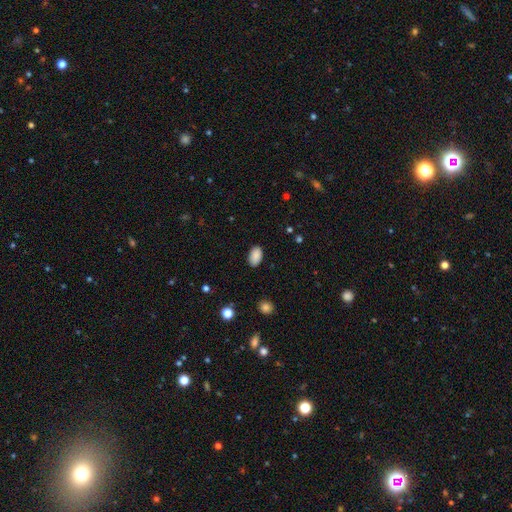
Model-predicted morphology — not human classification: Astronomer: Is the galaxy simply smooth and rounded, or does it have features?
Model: smooth — 89%.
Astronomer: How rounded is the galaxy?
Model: in between — 92%.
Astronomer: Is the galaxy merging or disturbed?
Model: none — 87%.